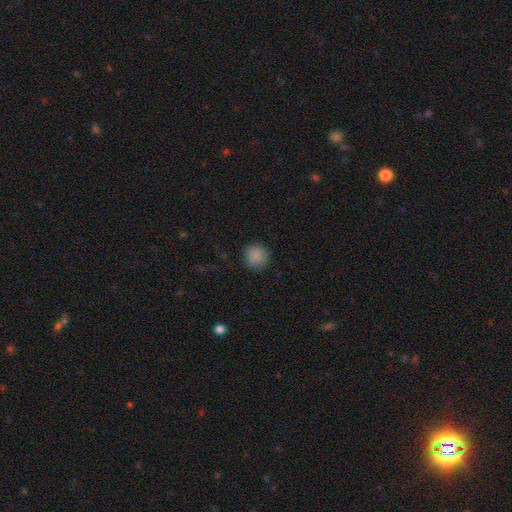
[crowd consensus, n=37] A smooth galaxy with no disk features (92%) that is round (100%). Merging: none (86%).